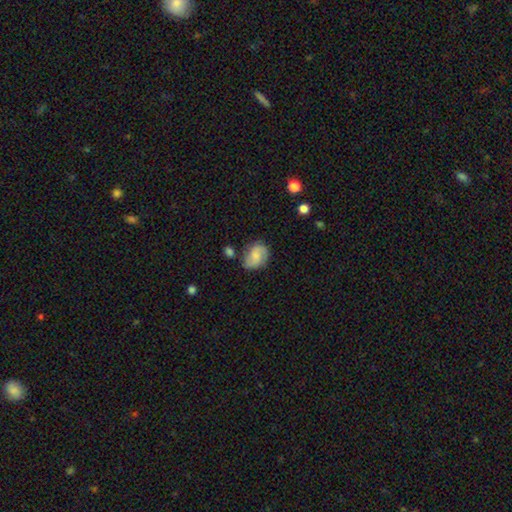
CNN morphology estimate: A smooth galaxy with no disk features (47%). Merging: none (67%).